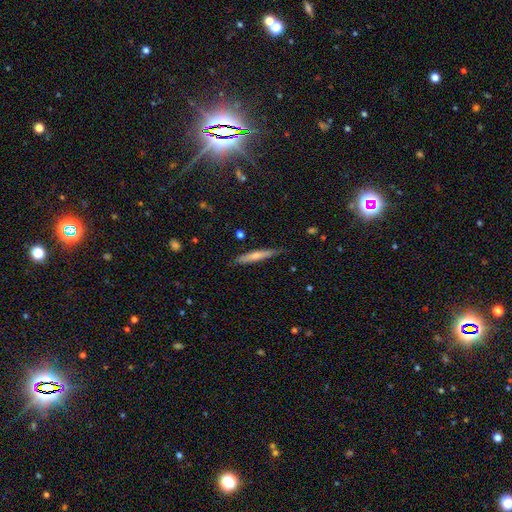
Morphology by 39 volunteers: smooth-or-featured: smooth: 69% | featured or disk: 28% | star or artifact: 3%
  how-rounded: cigar-shaped: 96% | in between: 4% | round: 0%
  merging: none: 92% | minor disturbance: 8% | major disturbance: 0% | merger: 0%